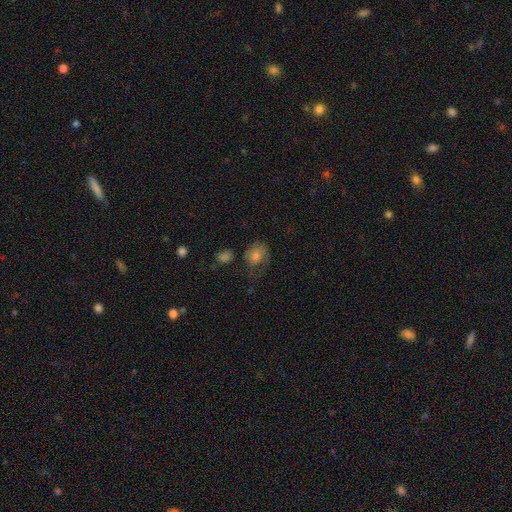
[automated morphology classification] This is possibly a smooth galaxy (59%). How rounded: possibly in between (52%). Merging: marginally none (38%).